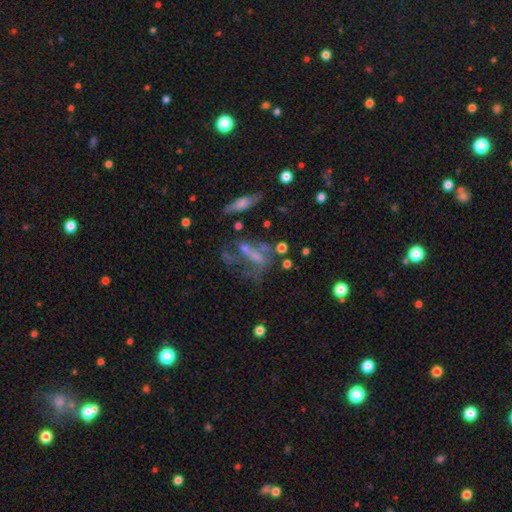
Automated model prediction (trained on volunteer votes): A featured or disk galaxy (50%). Merging: none (35%).